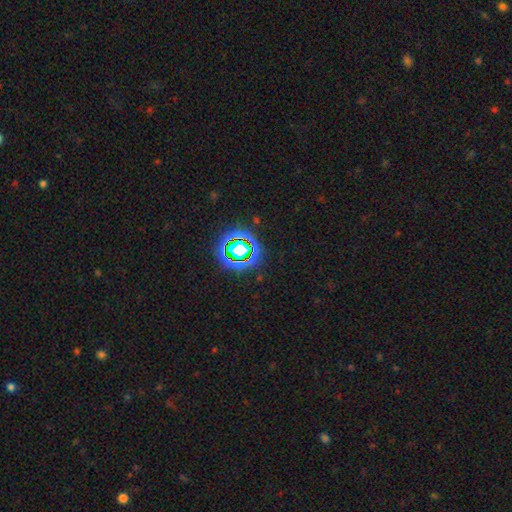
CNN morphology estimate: The model was most divided on "smooth or featured": star or artifact: 71%, smooth: 22%, featured or disk: 7%.